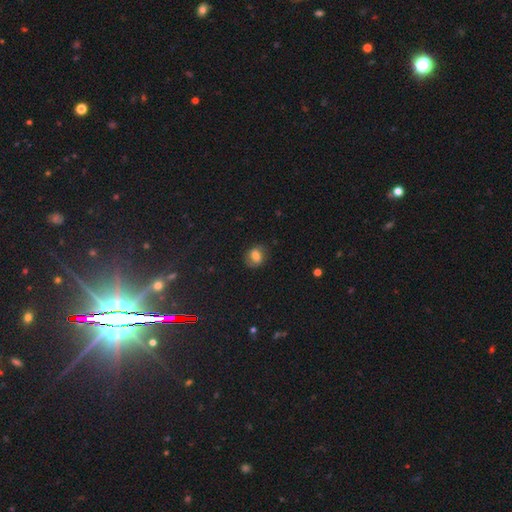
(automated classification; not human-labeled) A smooth galaxy with no disk features (70%) that is in between round and cigar-shaped (52%).

Vote fractions:
- Smooth or featured? smooth: 70% / featured or disk: 18% / star or artifact: 12%
- How rounded? in between: 52% / round: 46% / cigar-shaped: 2%
- Merging? none: 74% / minor disturbance: 18% / major disturbance: 6% / merger: 1%